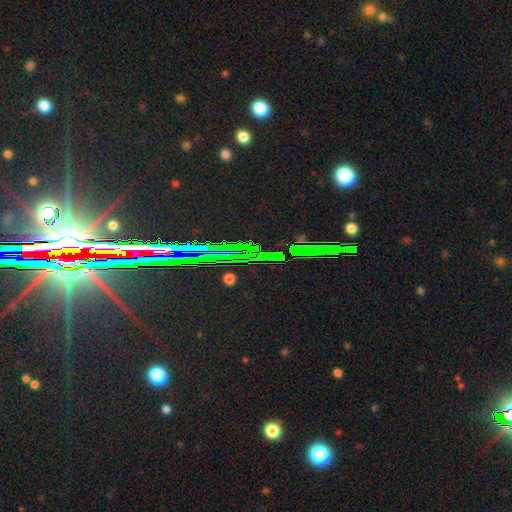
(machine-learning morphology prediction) Smooth or featured? star or artifact (85%)